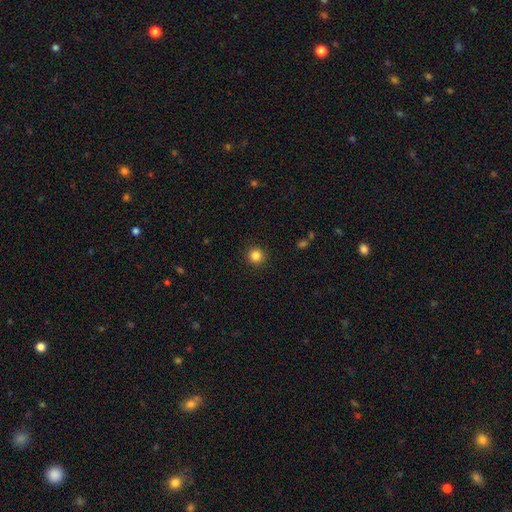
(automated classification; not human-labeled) smooth-or-featured: smooth: 84% | star or artifact: 11% | featured or disk: 4%
  how-rounded: round: 95% | in between: 4% | cigar-shaped: 1%
  merging: none: 92% | minor disturbance: 5% | major disturbance: 2% | merger: 1%